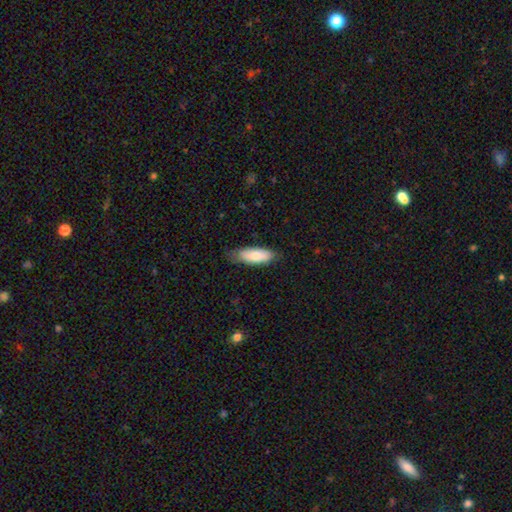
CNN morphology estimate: A smooth galaxy with no disk features (80%) that is in between round and cigar-shaped (70%). Merging: none (72%).